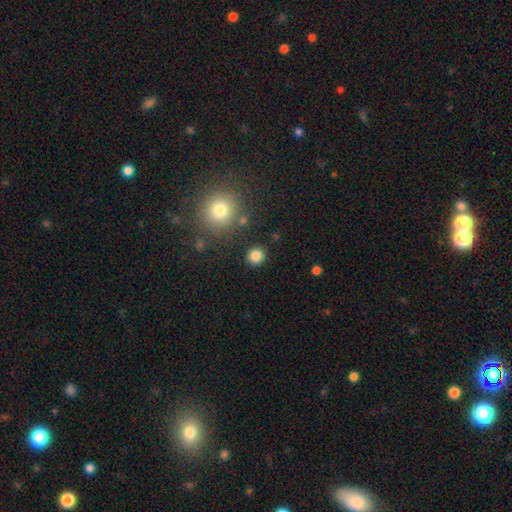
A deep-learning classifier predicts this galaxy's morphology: smooth_or_featured: smooth (p=0.84) [alt: star or artifact p=0.11]
how_rounded: round (p=0.85) [alt: in between p=0.14]
merging: none (p=0.87) [alt: minor disturbance p=0.07]